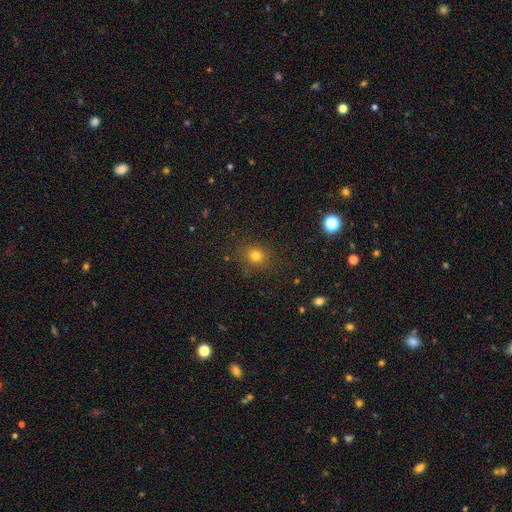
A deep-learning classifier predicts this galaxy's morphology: This appears to be a smooth galaxy with no disk features (76%) that is round (79%). Merging: none (85%).